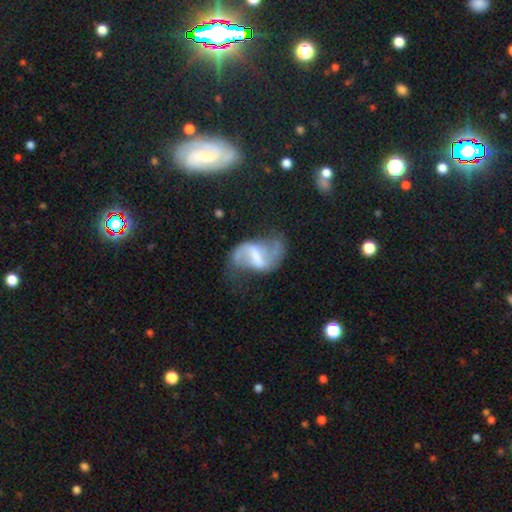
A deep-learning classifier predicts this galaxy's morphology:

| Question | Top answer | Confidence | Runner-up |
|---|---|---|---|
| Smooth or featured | featured or disk | 83% | smooth (10%) |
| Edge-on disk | no | 97% | yes (3%) |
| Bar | strong | 45% | weak (44%) |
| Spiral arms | yes | 92% | no (8%) |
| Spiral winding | loose | 66% | medium (28%) |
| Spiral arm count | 2 | 90% | can't tell (4%) |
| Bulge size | none | 35% | small (29%) |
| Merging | none | 58% | minor disturbance (20%) |